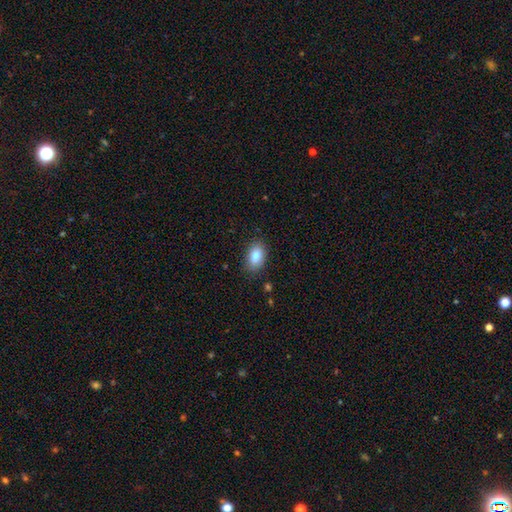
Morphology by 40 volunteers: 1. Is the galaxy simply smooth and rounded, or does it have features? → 82% smooth, 10% featured or disk, 8% star or artifact.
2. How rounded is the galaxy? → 82% in between, 12% round, 6% cigar-shaped.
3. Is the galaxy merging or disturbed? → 86% none, 11% minor disturbance, 3% major disturbance, 0% merger.